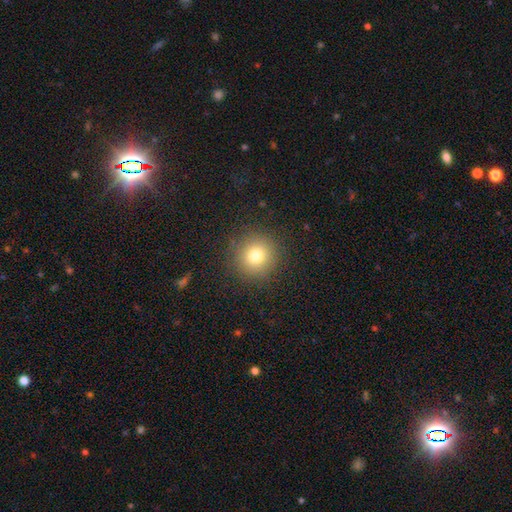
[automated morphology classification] Smooth or featured? Predicted: smooth (p=0.77). How rounded? Predicted: round (p=0.94). Merging? Predicted: none (p=0.90).